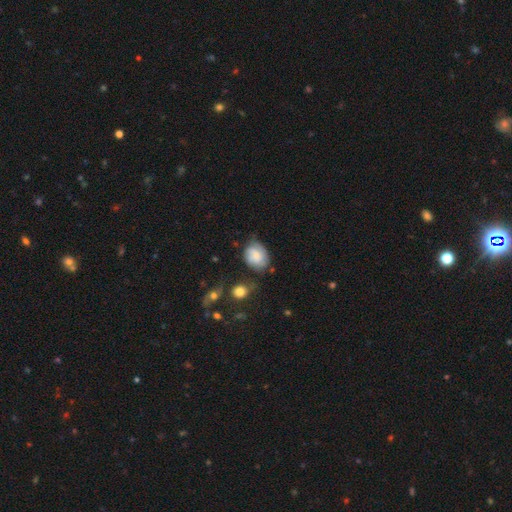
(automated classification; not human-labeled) This is likely a smooth galaxy (66%). How rounded: likely in between (61%). Merging: possibly none (51%).